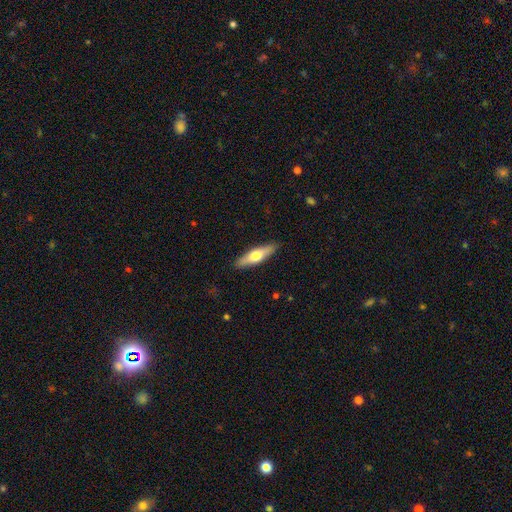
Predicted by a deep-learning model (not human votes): The model was most divided on "smooth or featured": smooth: 56%, featured or disk: 39%, star or artifact: 5%. More confident: merging — none (89%); how rounded — cigar-shaped (64%).